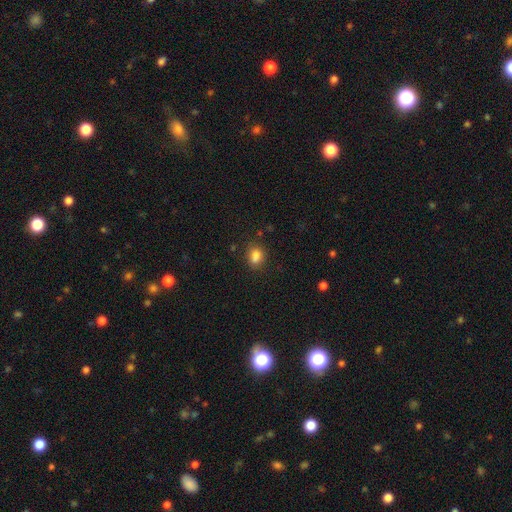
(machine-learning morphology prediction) type=smooth (81%); roundness=in between (57%); merging=none (66%).